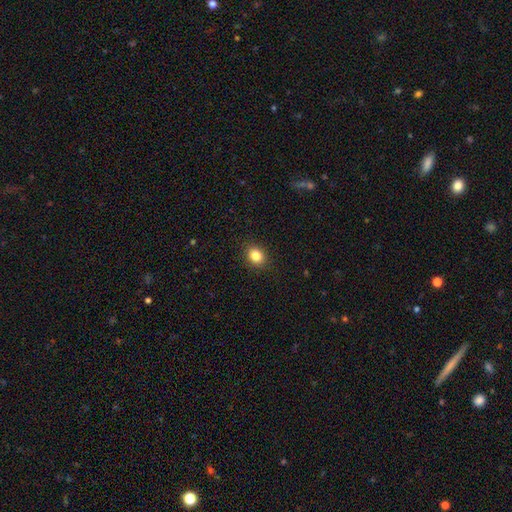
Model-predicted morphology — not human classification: type=smooth (84%); roundness=round (55%); merging=none (89%).